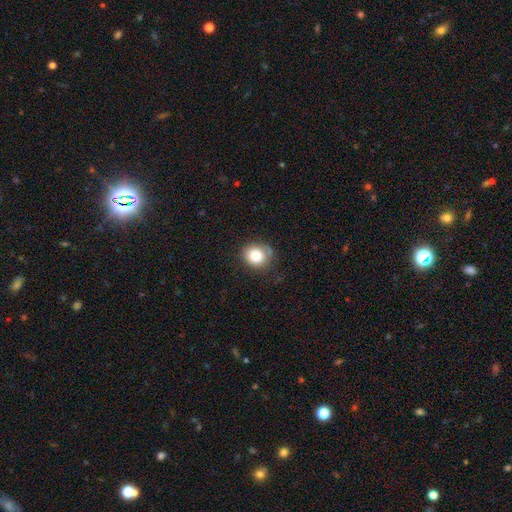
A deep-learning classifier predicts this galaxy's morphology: Smooth or featured?
  - smooth: 82% *
  - star or artifact: 9%
  - featured or disk: 9%
How rounded?
  - round: 76% *
  - in between: 24%
  - cigar-shaped: 1%
Merging?
  - none: 69% *
  - minor disturbance: 22%
  - major disturbance: 7%
  - merger: 2%